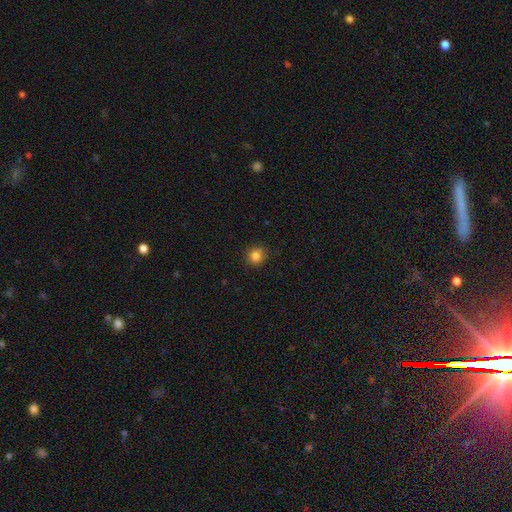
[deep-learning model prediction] Overall: smooth (84%). How rounded: round (91%). Merging: none (91%).